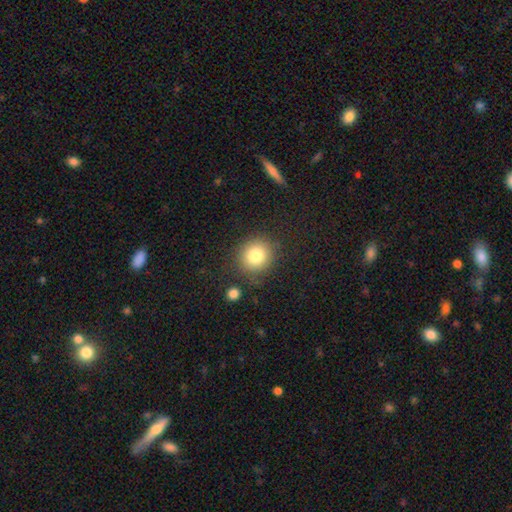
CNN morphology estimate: Smooth or featured? Predicted: smooth (p=0.81). How rounded? Predicted: round (p=0.88). Merging? Predicted: none (p=0.82).